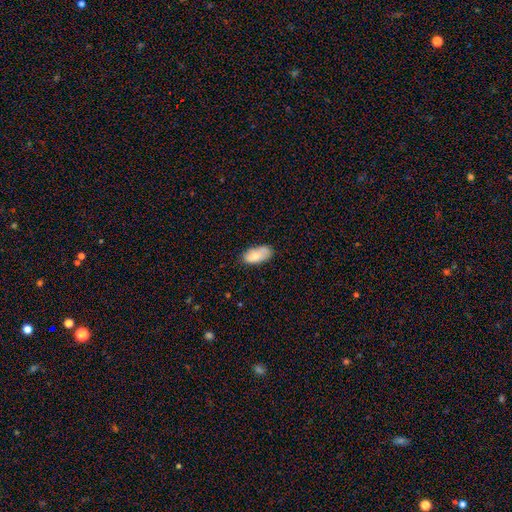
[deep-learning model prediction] Overall: smooth (78%). How rounded: in between (93%). Merging: none (69%).